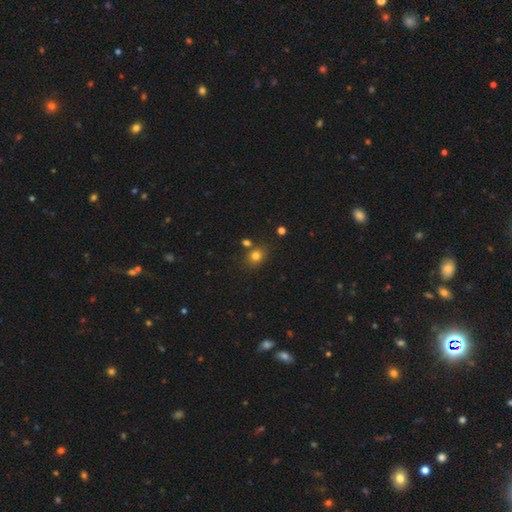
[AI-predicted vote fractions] The model was most divided on "how rounded": round: 67%, in between: 32%, cigar-shaped: 1%. More confident: smooth or featured — smooth (78%); merging — none (75%).